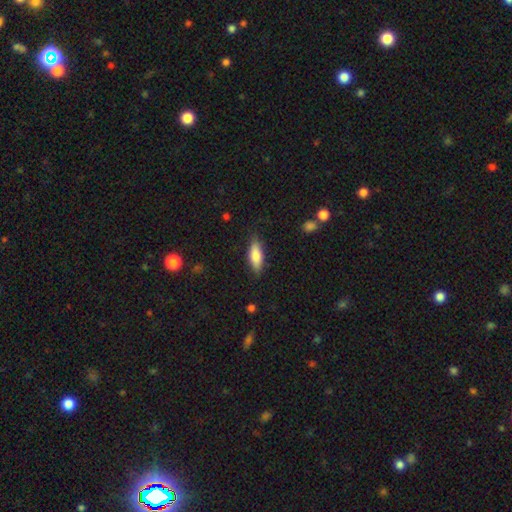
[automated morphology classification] Smooth or featured? smooth (76%)
How rounded? in between (64%)
Merging? none (83%)